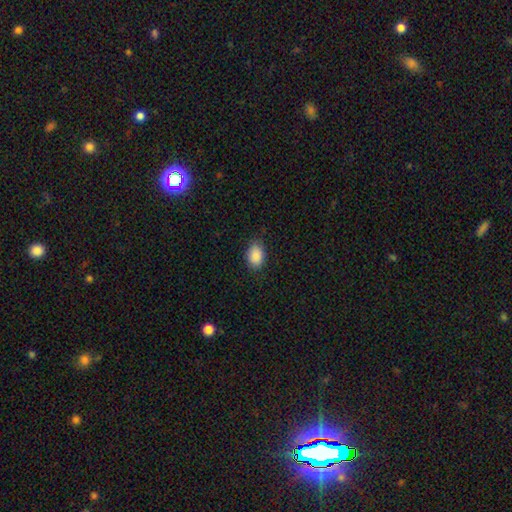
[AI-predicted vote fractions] smooth-or-featured: smooth: 89% | star or artifact: 7% | featured or disk: 4%
  how-rounded: in between: 83% | round: 16% | cigar-shaped: 1%
  merging: none: 84% | minor disturbance: 13% | major disturbance: 3% | merger: 1%